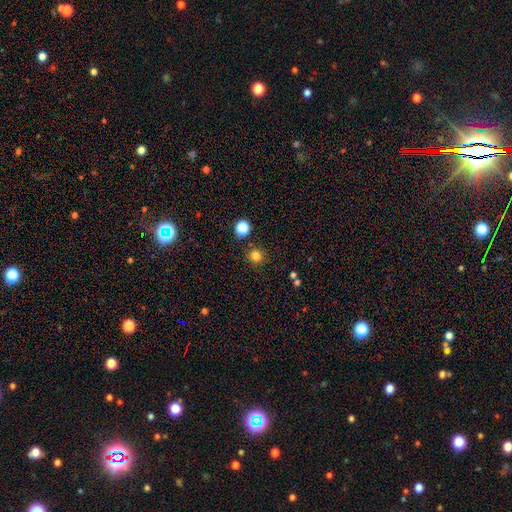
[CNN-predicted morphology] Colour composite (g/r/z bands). It shows a smooth galaxy with no disk features (81%) that is round (93%). Merging: none (89%).